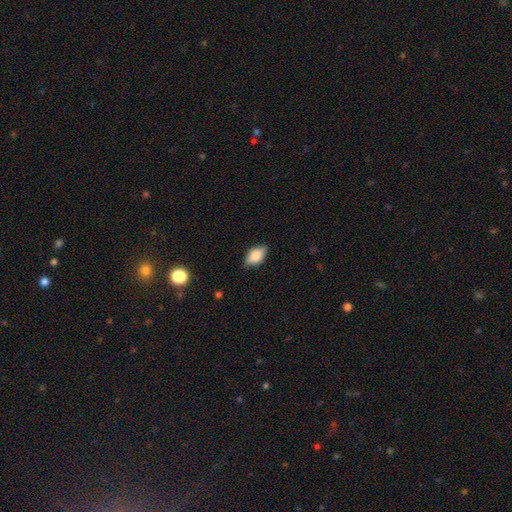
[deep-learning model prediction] This is likely a smooth galaxy (74%). How rounded: clearly in between (88%). Merging: likely none (79%).